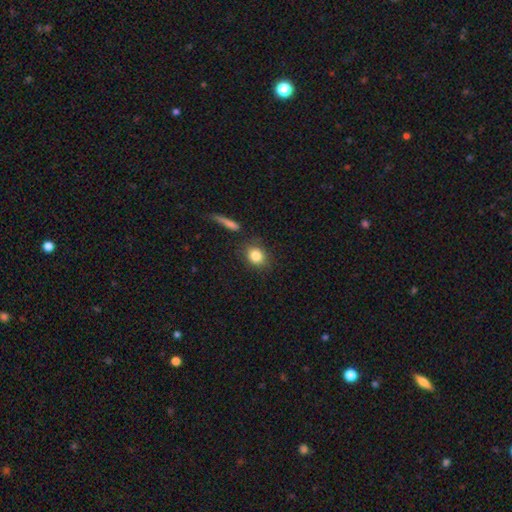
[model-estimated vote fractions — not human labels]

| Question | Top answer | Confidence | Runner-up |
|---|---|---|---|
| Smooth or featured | smooth | 84% | star or artifact (9%) |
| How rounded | round | 57% | in between (40%) |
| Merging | none | 79% | minor disturbance (12%) |